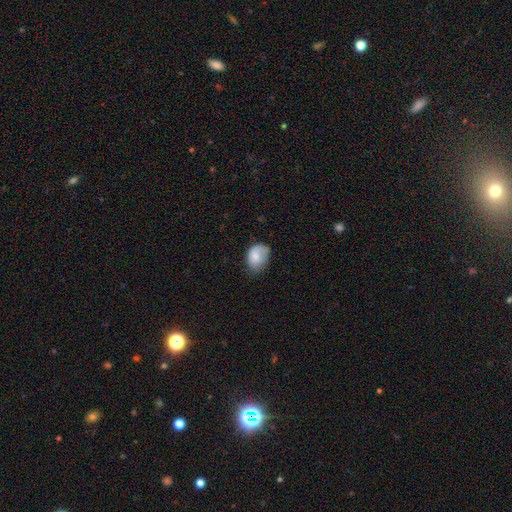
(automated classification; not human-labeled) Morphology: type=smooth (79%); roundness=in between (75%); merging=none (51%).